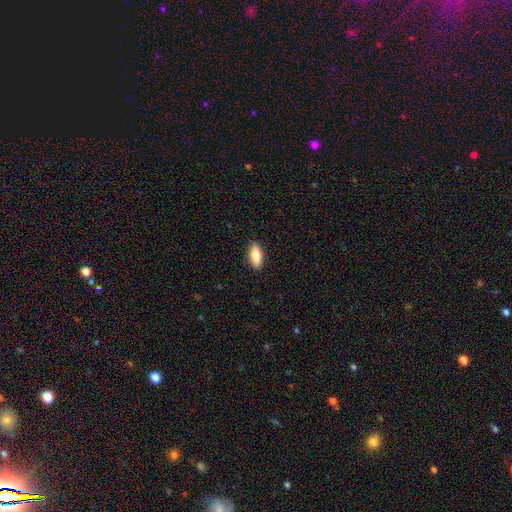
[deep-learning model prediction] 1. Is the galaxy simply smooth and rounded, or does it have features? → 83% smooth, 11% featured or disk, 6% star or artifact.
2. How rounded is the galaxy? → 83% in between, 15% cigar-shaped, 2% round.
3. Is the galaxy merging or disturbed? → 89% none, 8% minor disturbance, 2% major disturbance, 1% merger.